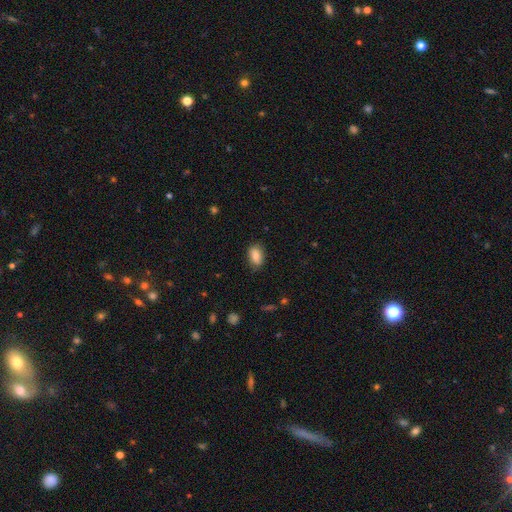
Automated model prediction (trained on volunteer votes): This is clearly a smooth galaxy (83%). How rounded: clearly in between (88%). Merging: likely none (78%).